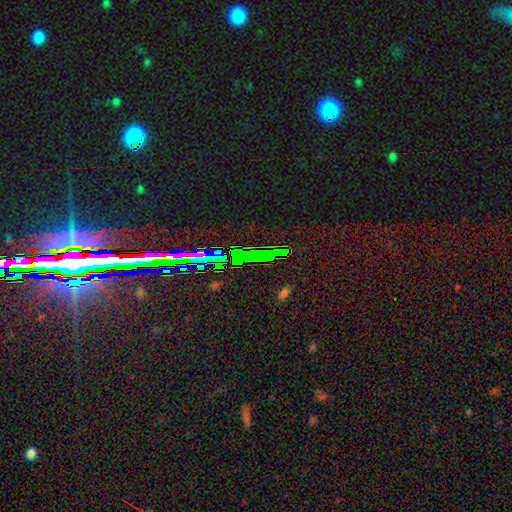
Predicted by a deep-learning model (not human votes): Smooth or featured? star or artifact (78%)